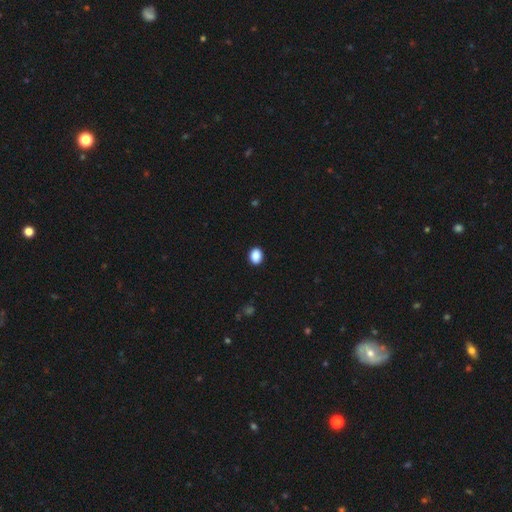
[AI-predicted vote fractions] Smooth or featured: smooth — 89% (star or artifact — 8%)
How rounded: in between — 56% (round — 43%)
Merging: none — 91% (minor disturbance — 6%)